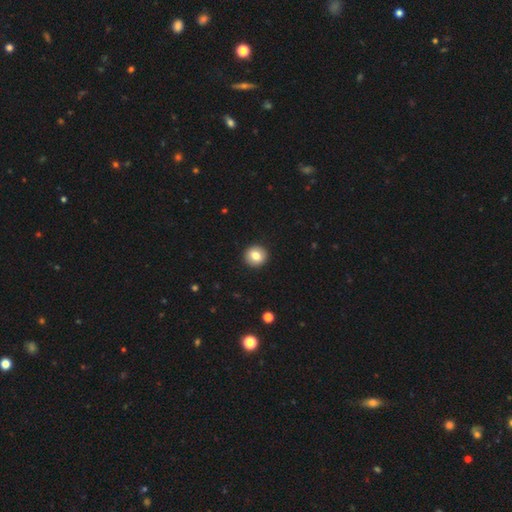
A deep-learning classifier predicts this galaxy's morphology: This is clearly a smooth galaxy (81%). How rounded: clearly round (92%). Merging: clearly none (93%).